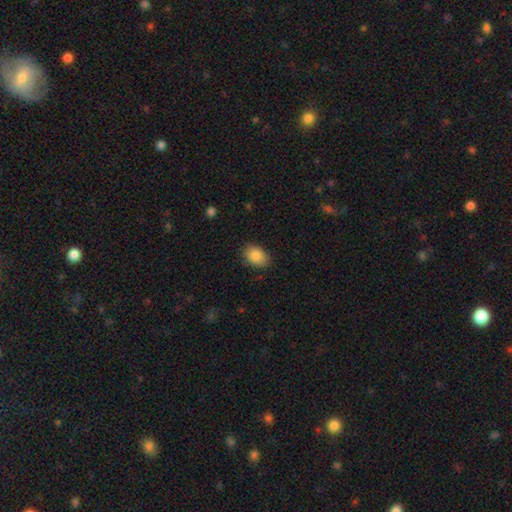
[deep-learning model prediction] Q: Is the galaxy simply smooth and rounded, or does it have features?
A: smooth — 87%.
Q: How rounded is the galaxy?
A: in between — 79%.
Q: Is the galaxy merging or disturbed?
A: none — 85%.